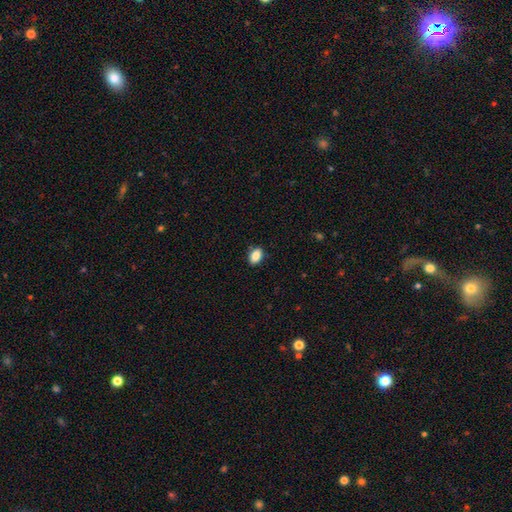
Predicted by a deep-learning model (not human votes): A smooth galaxy with no disk features (87%) that is in between round and cigar-shaped (85%).

Vote fractions:
- Smooth or featured? smooth: 87% / star or artifact: 8% / featured or disk: 5%
- How rounded? in between: 85% / round: 13% / cigar-shaped: 2%
- Merging? none: 86% / minor disturbance: 11% / major disturbance: 2% / merger: 1%